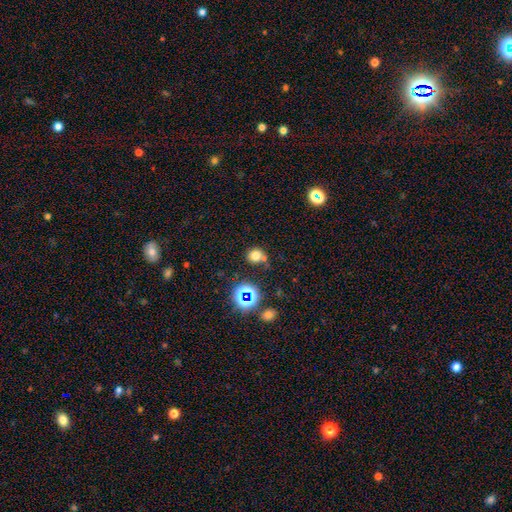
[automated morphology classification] smooth 71%, star or artifact 20%, featured or disk 9%. Down the decision tree: how rounded — round (83%); merging — none (68%).